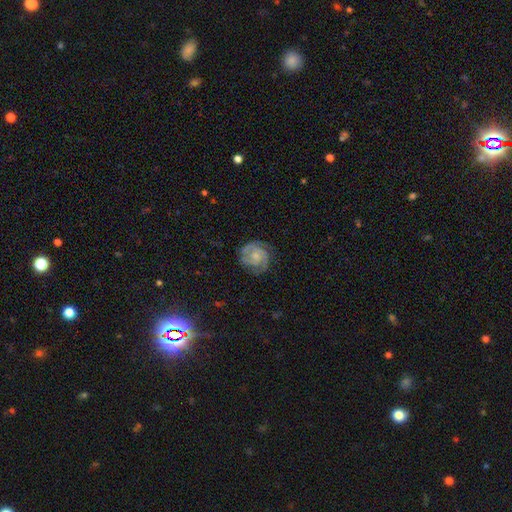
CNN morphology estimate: Smooth or featured: featured or disk — 82% (smooth — 12%)
Edge-on disk: no — 98% (yes — 2%)
Bar: no — 69% (weak — 26%)
Spiral arms: yes — 96% (no — 4%)
Spiral winding: tight — 59% (medium — 35%)
Spiral arm count: 2 — 43% (3 — 31%)
Bulge size: small — 49% (moderate — 31%)
Merging: none — 73% (minor disturbance — 18%)